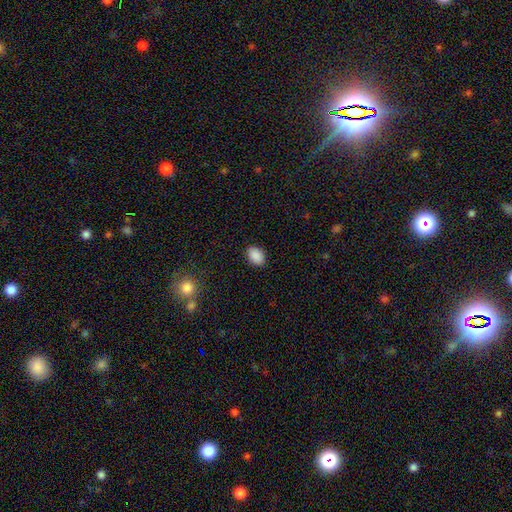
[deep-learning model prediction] Smooth or featured: smooth — 89% (star or artifact — 8%)
How rounded: in between — 78% (round — 20%)
Merging: none — 88% (minor disturbance — 9%)